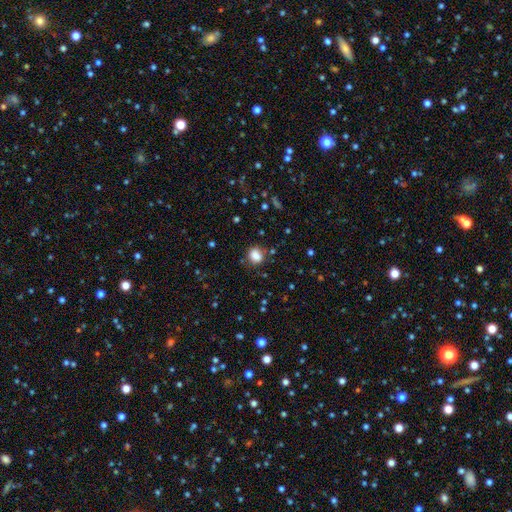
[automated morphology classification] Smooth or featured? Predicted: smooth (p=0.85). How rounded? Predicted: round (p=0.62). Merging? Predicted: none (p=0.78).